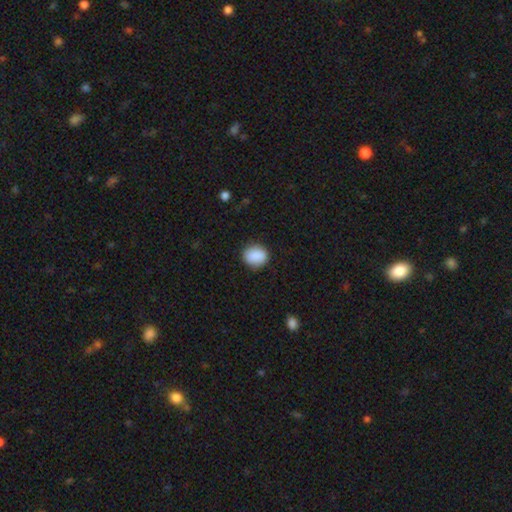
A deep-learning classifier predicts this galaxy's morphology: Smooth or featured? Predicted: smooth (p=0.89). How rounded? Predicted: round (p=0.69). Merging? Predicted: none (p=0.87).